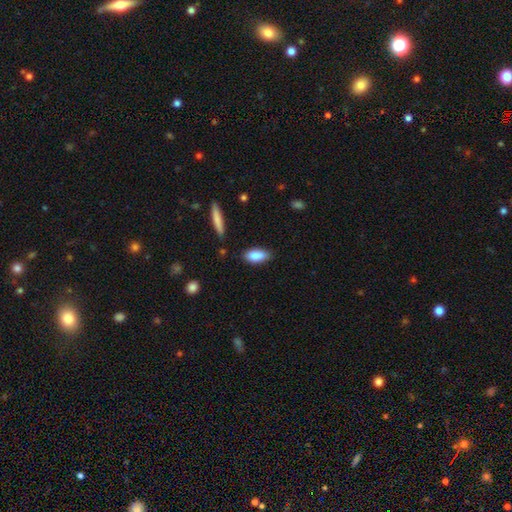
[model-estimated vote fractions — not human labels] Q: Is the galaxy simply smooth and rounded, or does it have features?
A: smooth — 87%.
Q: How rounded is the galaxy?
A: in between — 82%.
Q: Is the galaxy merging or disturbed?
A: none — 82%.